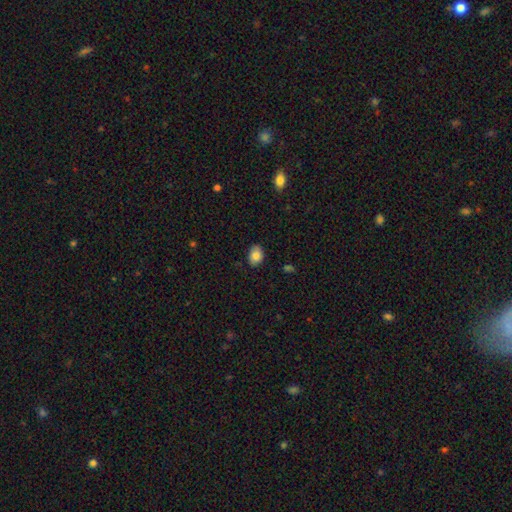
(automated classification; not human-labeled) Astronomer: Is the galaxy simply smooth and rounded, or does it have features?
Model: smooth — 85%.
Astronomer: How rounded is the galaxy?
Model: in between — 79%.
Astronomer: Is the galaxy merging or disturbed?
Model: none — 82%.